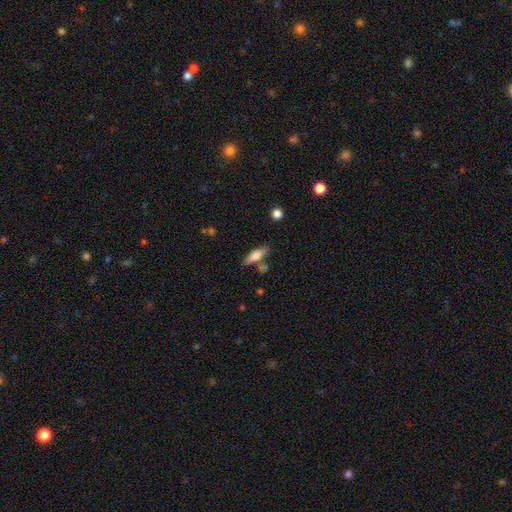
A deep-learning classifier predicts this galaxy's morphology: smooth 64%, featured or disk 29%, star or artifact 7%. Down the decision tree: how rounded — cigar-shaped (51%); merging — none (73%).